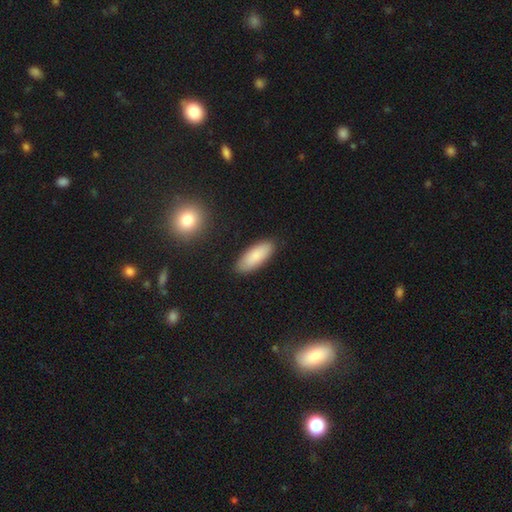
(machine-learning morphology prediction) Smooth or featured: smooth — 85% (featured or disk — 9%)
How rounded: in between — 76% (cigar-shaped — 22%)
Merging: none — 88% (minor disturbance — 9%)